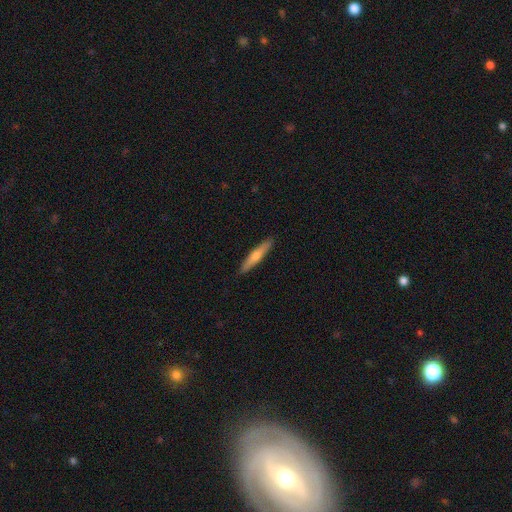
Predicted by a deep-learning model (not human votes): A featured or disk galaxy (47%, tied with smooth).

Vote fractions:
- Smooth or featured? featured or disk: 47% (tied) / smooth: 47% (tied) / star or artifact: 6%
- Merging? none: 91% / minor disturbance: 6% / major disturbance: 1% / merger: 1%